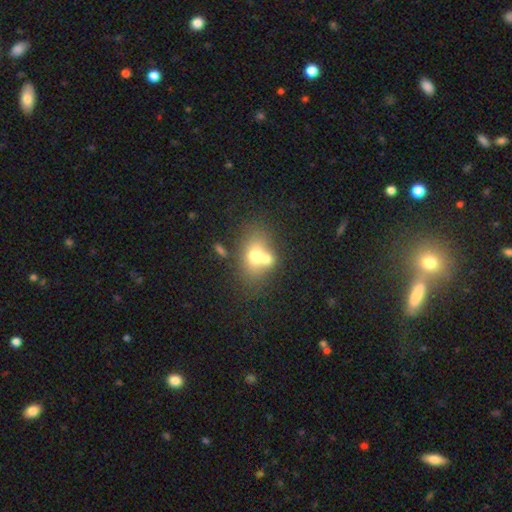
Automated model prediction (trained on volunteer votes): A smooth galaxy with no disk features (65%) that is in between round and cigar-shaped (59%).

Vote fractions:
- Smooth or featured? smooth: 65% / featured or disk: 24% / star or artifact: 12%
- How rounded? in between: 59% / round: 39% / cigar-shaped: 1%
- Merging? merger: 56% / none: 31% / minor disturbance: 8% / major disturbance: 4%